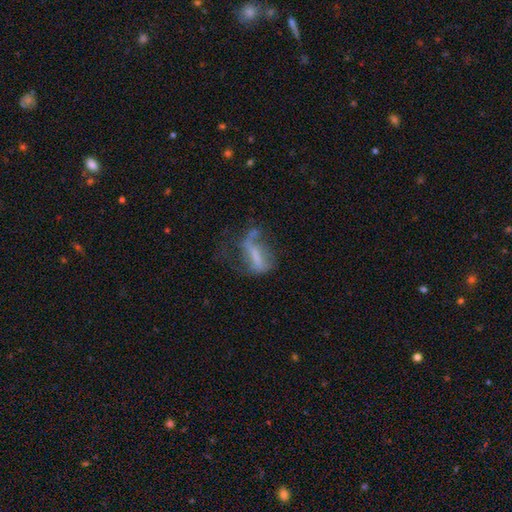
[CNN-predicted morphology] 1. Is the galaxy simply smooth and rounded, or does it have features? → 52% featured or disk, 35% smooth, 13% star or artifact.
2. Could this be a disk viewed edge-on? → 88% no, 12% yes.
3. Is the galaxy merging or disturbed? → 45% major disturbance, 26% none, 20% minor disturbance, 9% merger.